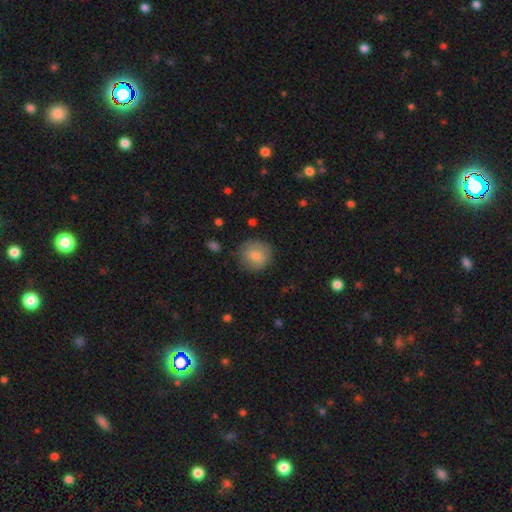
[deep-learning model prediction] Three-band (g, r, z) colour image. It shows a smooth galaxy with no disk features (78%) that is round (91%). Merging: none (84%).